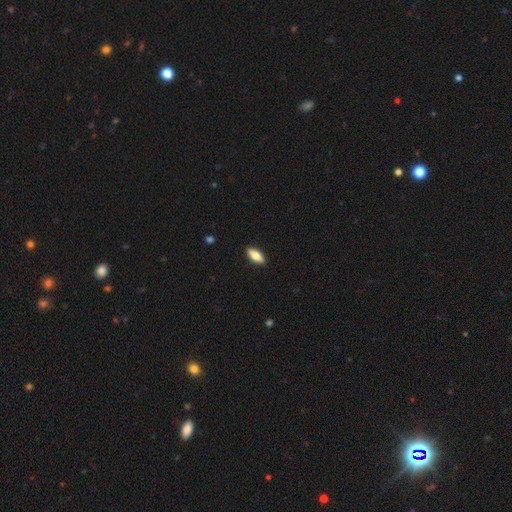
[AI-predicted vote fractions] Smooth or featured: smooth — 75% (featured or disk — 19%)
How rounded: in between — 76% (cigar-shaped — 22%)
Merging: none — 90% (minor disturbance — 7%)